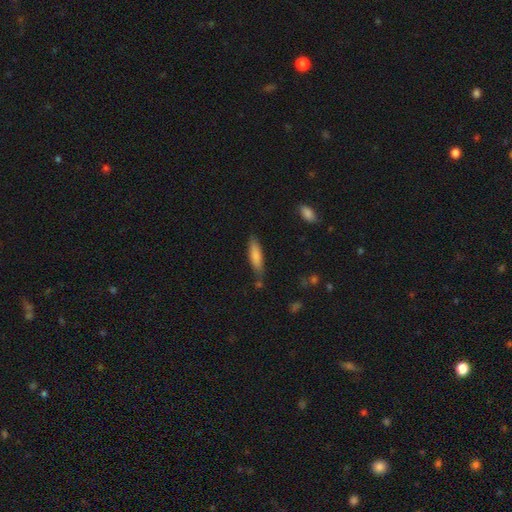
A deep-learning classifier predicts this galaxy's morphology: Q: Smooth or featured?
A: smooth (81%); runner-up: featured or disk (13%)
Q: How rounded?
A: cigar-shaped (69%); runner-up: in between (29%)
Q: Merging?
A: none (73%); runner-up: minor disturbance (19%)